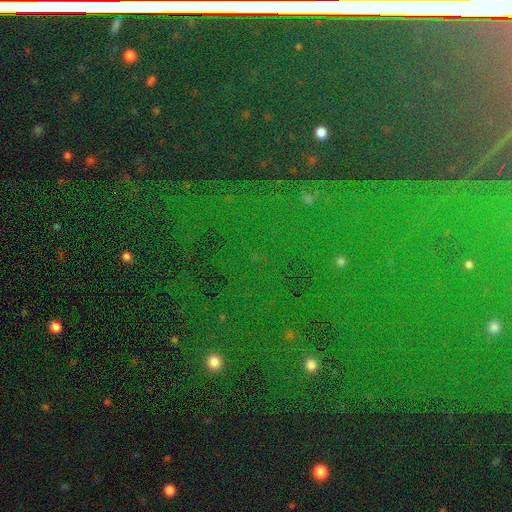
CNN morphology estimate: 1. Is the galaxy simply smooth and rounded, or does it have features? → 83% star or artifact, 9% smooth, 7% featured or disk.